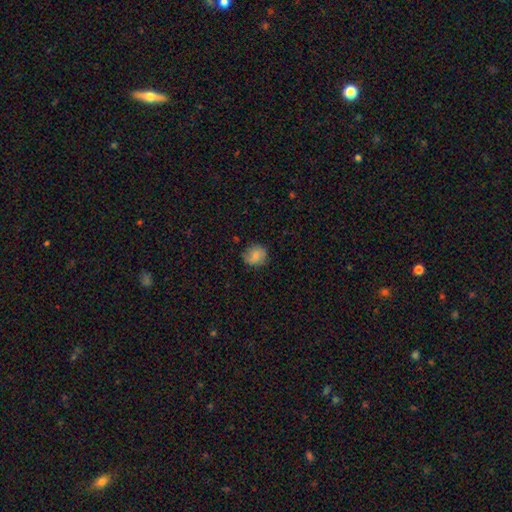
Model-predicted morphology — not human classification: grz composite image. It shows a smooth galaxy with no disk features (77%) that is round (79%). Merging: none (75%).